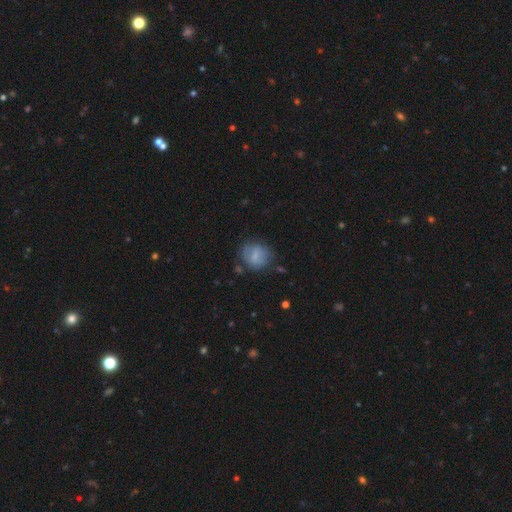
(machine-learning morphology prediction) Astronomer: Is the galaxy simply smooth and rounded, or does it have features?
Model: smooth — 63%.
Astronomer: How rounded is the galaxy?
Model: round — 72%.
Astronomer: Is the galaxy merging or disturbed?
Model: none — 67%.